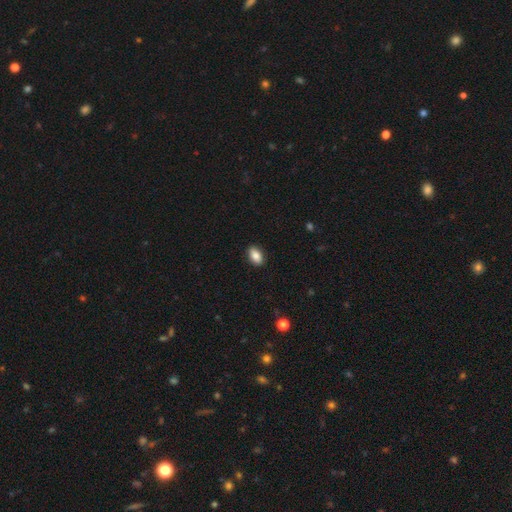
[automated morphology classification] Smooth or featured: smooth — 85% (star or artifact — 7%)
How rounded: in between — 90% (round — 8%)
Merging: none — 89% (minor disturbance — 8%)